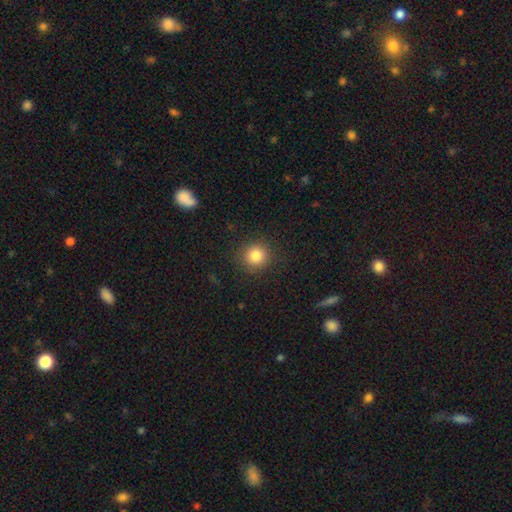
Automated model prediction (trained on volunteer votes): A smooth galaxy with no disk features (83%) that is round (92%).

Vote fractions:
- Smooth or featured? smooth: 83% / star or artifact: 11% / featured or disk: 5%
- How rounded? round: 92% / in between: 7% / cigar-shaped: 1%
- Merging? none: 89% / minor disturbance: 7% / major disturbance: 3% / merger: 1%